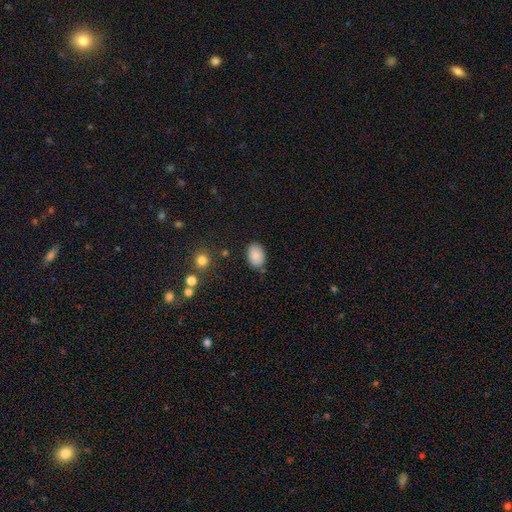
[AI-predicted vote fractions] Q: Smooth or featured?
A: smooth (87%); runner-up: star or artifact (8%)
Q: How rounded?
A: in between (84%); runner-up: round (15%)
Q: Merging?
A: none (81%); runner-up: minor disturbance (14%)